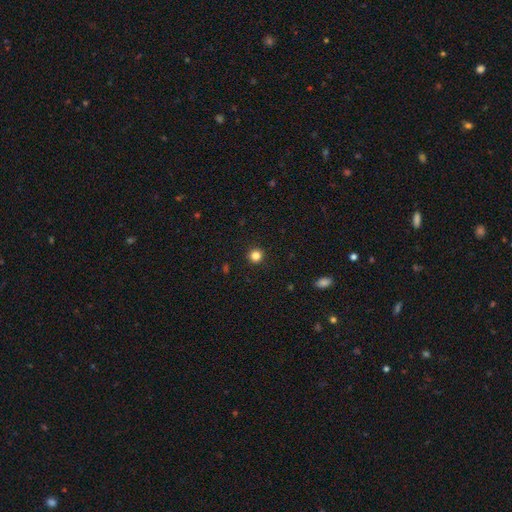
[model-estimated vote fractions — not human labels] This appears to be a smooth galaxy with no disk features (83%) that is round (95%). Merging: none (93%).